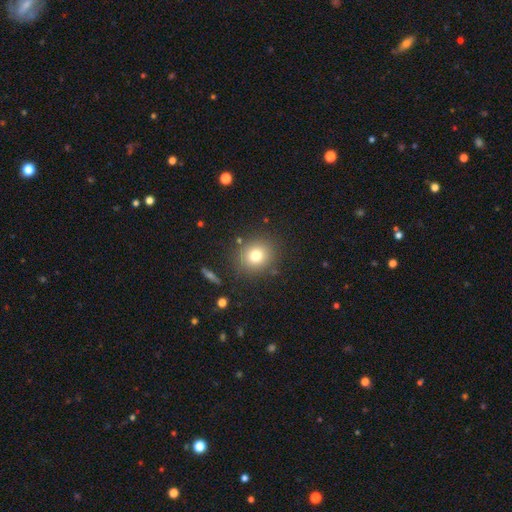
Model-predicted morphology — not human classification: type=smooth (76%); roundness=round (85%); merging=none (86%).